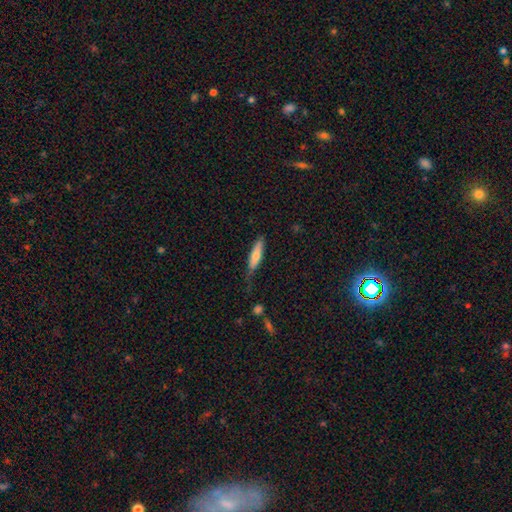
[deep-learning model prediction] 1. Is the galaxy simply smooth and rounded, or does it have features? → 69% smooth, 25% featured or disk, 6% star or artifact.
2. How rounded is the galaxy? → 77% cigar-shaped, 21% in between, 2% round.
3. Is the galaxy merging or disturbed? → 61% none, 28% minor disturbance, 8% major disturbance, 3% merger.